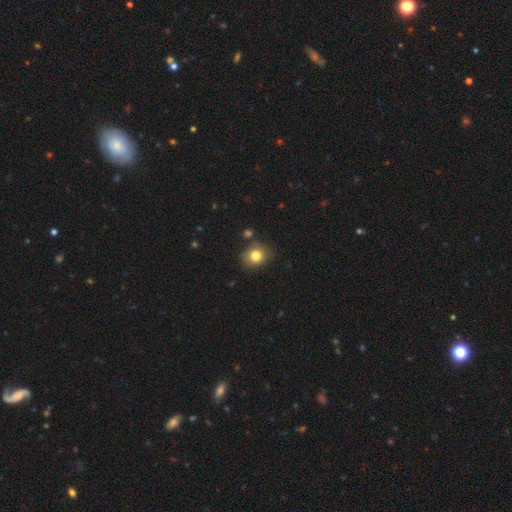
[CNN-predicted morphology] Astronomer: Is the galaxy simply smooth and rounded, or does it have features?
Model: smooth — 80%.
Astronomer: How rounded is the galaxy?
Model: round — 61% (runner-up: in between, 38%).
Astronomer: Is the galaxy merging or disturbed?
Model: none — 79%.